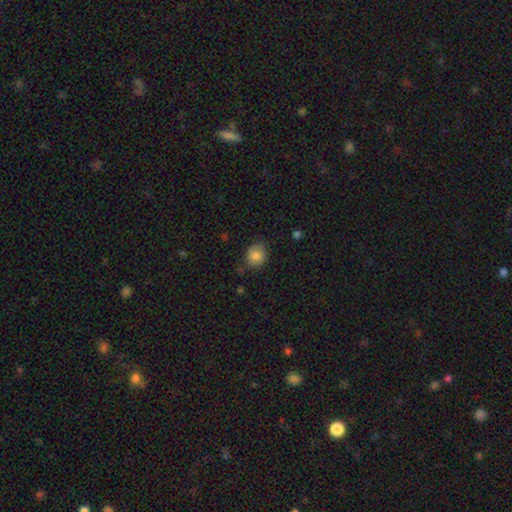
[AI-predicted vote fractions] Smooth or featured?
  - smooth: 84% *
  - star or artifact: 9%
  - featured or disk: 7%
How rounded?
  - round: 68% *
  - in between: 32%
  - cigar-shaped: 1%
Merging?
  - none: 72% *
  - minor disturbance: 22%
  - major disturbance: 5%
  - merger: 2%